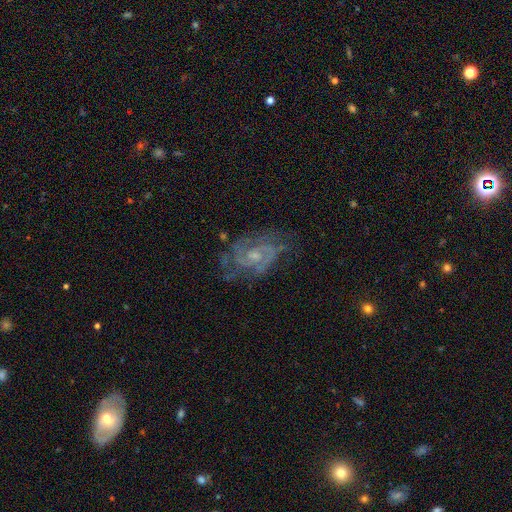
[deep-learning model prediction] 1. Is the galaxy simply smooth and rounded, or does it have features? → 81% featured or disk, 10% smooth, 9% star or artifact.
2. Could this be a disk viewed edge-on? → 97% no, 3% yes.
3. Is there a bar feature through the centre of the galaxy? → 56% no, 38% weak, 6% strong.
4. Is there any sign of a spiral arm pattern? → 91% yes, 9% no.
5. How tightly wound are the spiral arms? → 44% medium, 43% tight, 13% loose.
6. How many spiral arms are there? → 47% 2, 25% can't tell, 15% 3, 5% 4, 4% 1, 4% more than 4.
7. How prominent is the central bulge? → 48% small, 40% moderate, 8% none, 2% large, 1% dominant.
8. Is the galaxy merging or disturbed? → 64% none, 21% minor disturbance, 13% major disturbance, 2% merger.